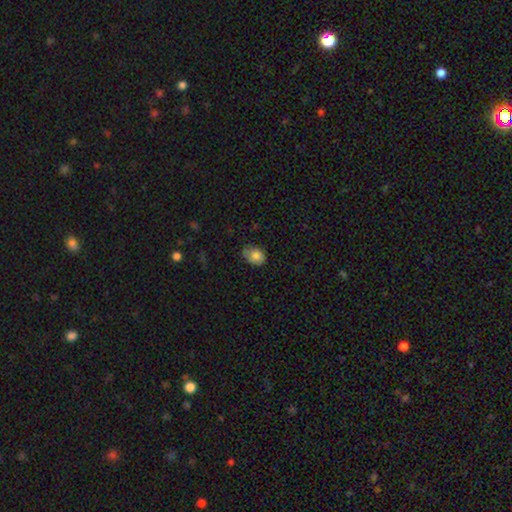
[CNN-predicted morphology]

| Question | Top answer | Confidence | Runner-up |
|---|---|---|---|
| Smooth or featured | smooth | 81% | featured or disk (10%) |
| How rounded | in between | 57% | round (42%) |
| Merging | none | 63% | minor disturbance (29%) |